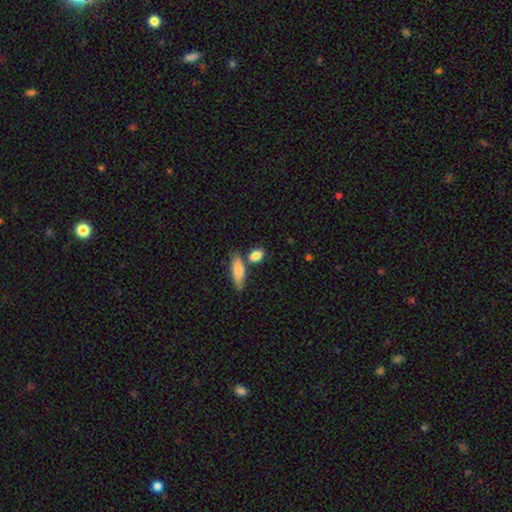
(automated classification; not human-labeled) This appears to be a smooth galaxy with no disk features (84%) that is in between round and cigar-shaped (71%). Merging: none (64%).